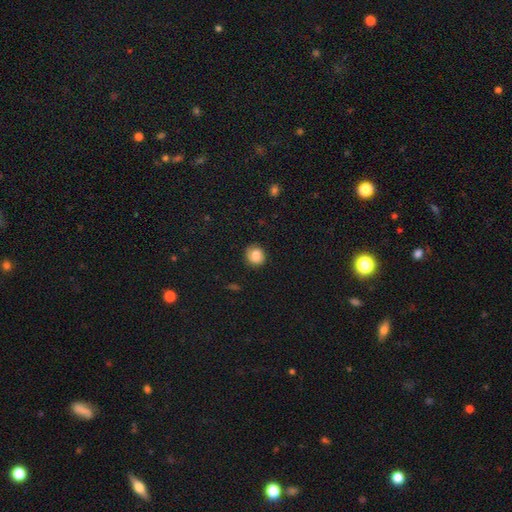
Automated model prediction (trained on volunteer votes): Q: Smooth or featured?
A: smooth (82%); runner-up: featured or disk (9%)
Q: How rounded?
A: round (79%); runner-up: in between (20%)
Q: Merging?
A: none (77%); runner-up: minor disturbance (17%)